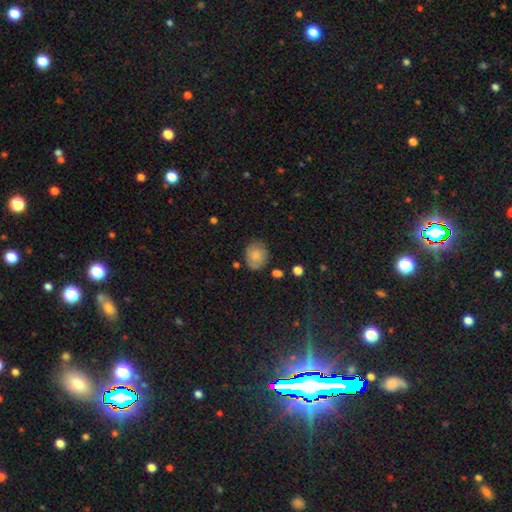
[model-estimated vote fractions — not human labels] Overall: smooth (77%). How rounded: round (63%; in between 36%). Merging: none (75%).